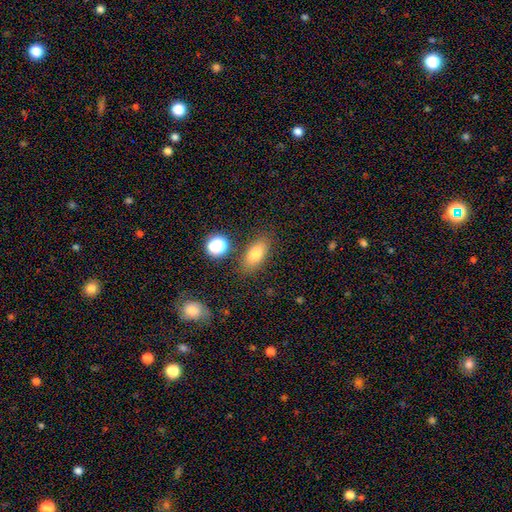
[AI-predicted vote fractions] Overall: smooth (76%). How rounded: in between (80%). Merging: none (81%).